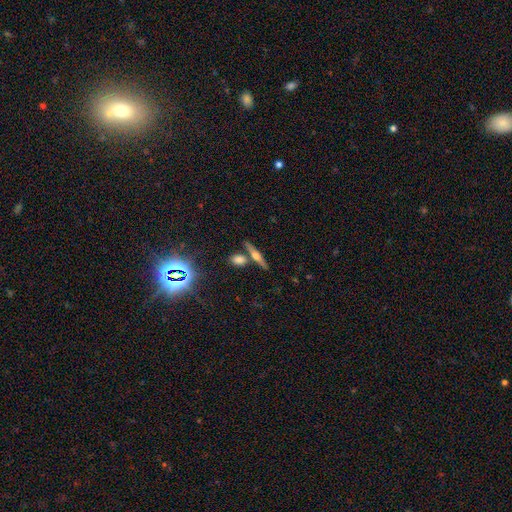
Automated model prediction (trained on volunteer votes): Smooth or featured: featured or disk — 62% (smooth — 26%)
Edge-on disk: yes — 95% (no — 5%)
Edge-on bulge: rounded — 91% (boxy — 6%)
Merging: none — 73% (merger — 15%)